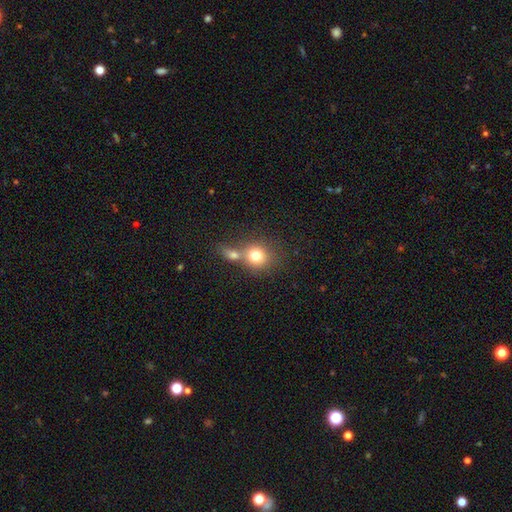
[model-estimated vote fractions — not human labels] Overall: smooth (77%). How rounded: round (83%). Merging: merger (46%; none 42%).